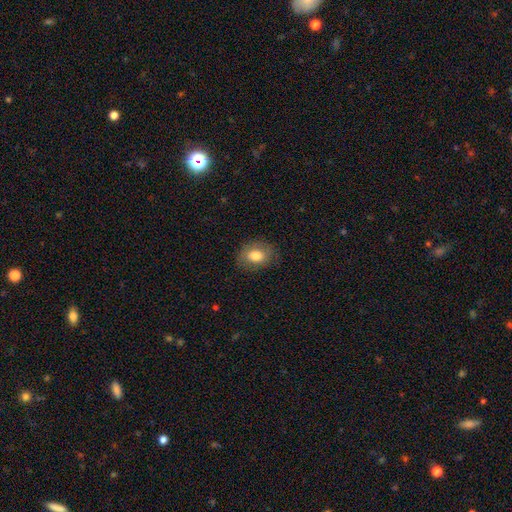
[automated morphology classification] Q: Smooth or featured?
A: smooth (78%); runner-up: featured or disk (14%)
Q: How rounded?
A: in between (60%); runner-up: round (39%)
Q: Merging?
A: none (81%); runner-up: minor disturbance (14%)